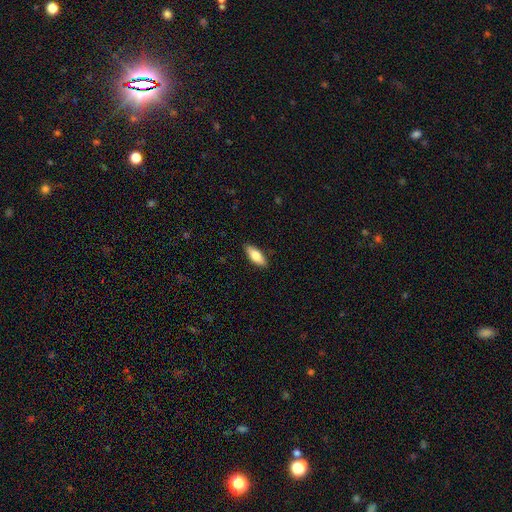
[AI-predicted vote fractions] smooth-or-featured: smooth: 75% | featured or disk: 19% | star or artifact: 6%
  how-rounded: in between: 73% | cigar-shaped: 25% | round: 2%
  merging: none: 88% | minor disturbance: 9% | major disturbance: 2% | merger: 1%